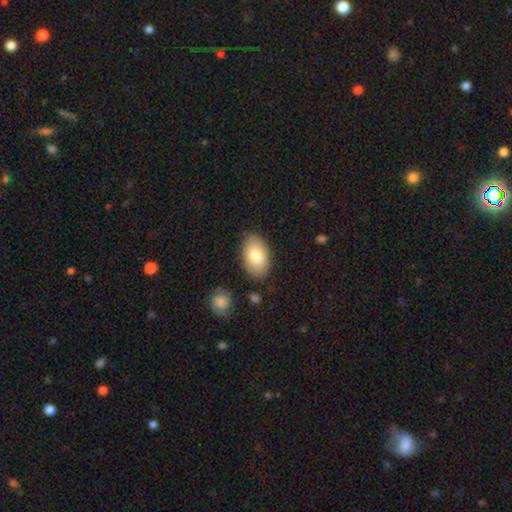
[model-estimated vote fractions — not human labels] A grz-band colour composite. It shows a smooth galaxy with no disk features (78%) that is in between round and cigar-shaped (92%). Merging: none (85%).